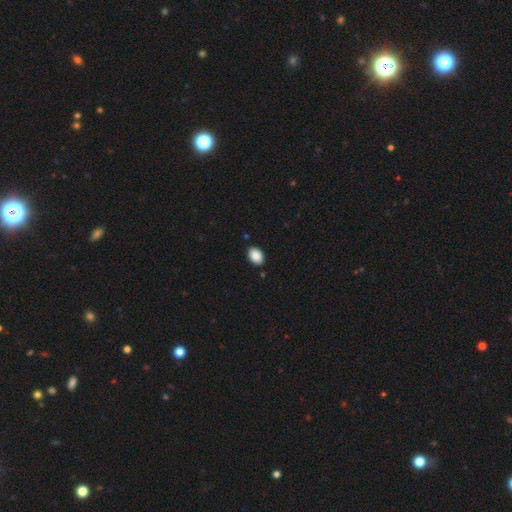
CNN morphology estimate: A smooth galaxy with no disk features (89%) that is in between round and cigar-shaped (84%). Merging: none (88%).